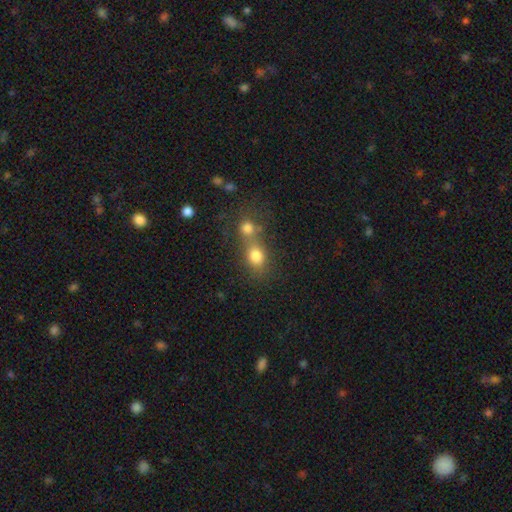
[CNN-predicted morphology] This is likely a smooth galaxy (77%). How rounded: likely round (62%). Merging: possibly merger (56%).